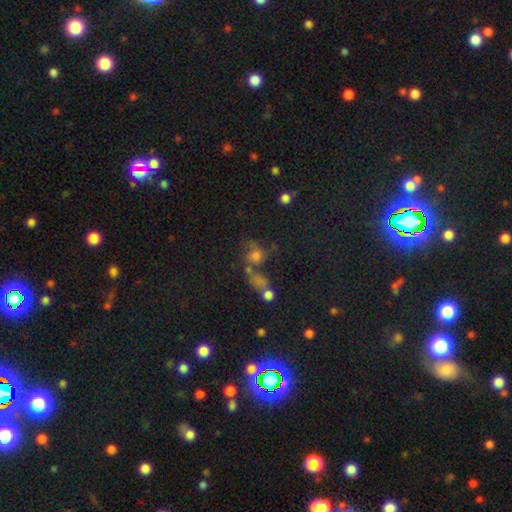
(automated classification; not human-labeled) Q: Smooth or featured?
A: smooth (57%); runner-up: featured or disk (22%)
Q: How rounded?
A: round (66%); runner-up: in between (31%)
Q: Merging?
A: merger (34%); tied with: none (34%)